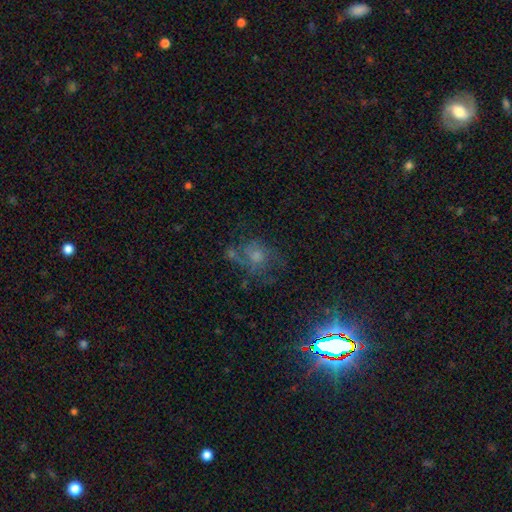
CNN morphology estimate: Overall: featured or disk (38%; star or artifact 36%). Merging: none (55%; minor disturbance 19%).